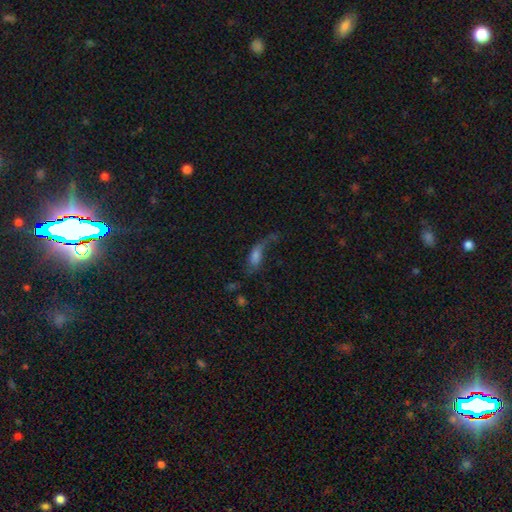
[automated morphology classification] type=featured or disk (44%); merging=major disturbance (43%).